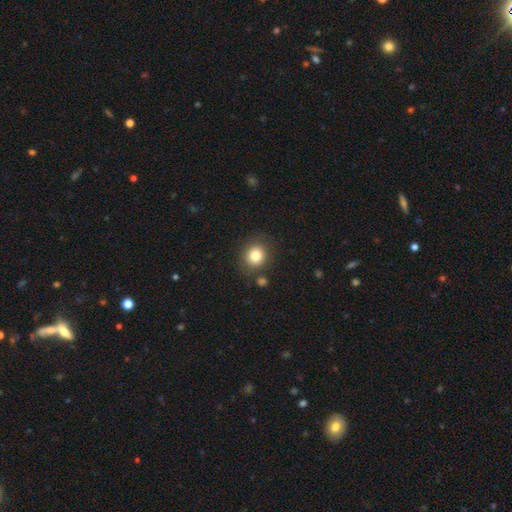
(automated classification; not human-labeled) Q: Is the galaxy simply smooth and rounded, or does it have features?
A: smooth — 82%.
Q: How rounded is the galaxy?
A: round — 77%.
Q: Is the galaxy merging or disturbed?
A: none — 81%.